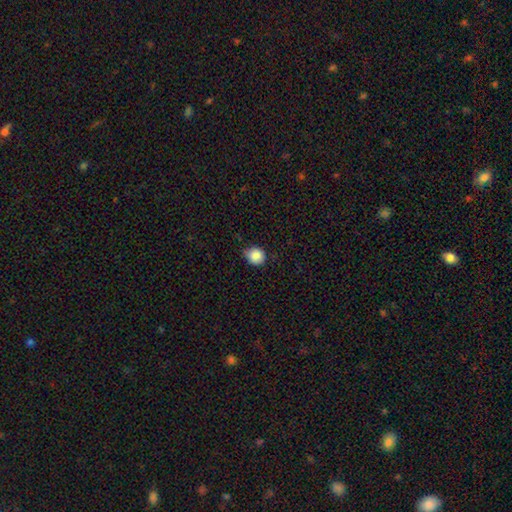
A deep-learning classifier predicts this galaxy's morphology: This appears to be a smooth galaxy with no disk features (86%) that is round (83%). Merging: none (71%).